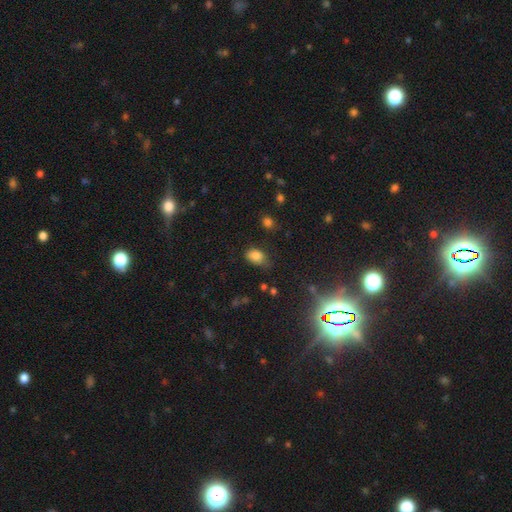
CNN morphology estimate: A smooth galaxy with no disk features (83%) that is in between round and cigar-shaped (81%).

Vote fractions:
- Smooth or featured? smooth: 83% / star or artifact: 12% / featured or disk: 6%
- How rounded? in between: 81% / round: 18% / cigar-shaped: 1%
- Merging? none: 56% / minor disturbance: 31% / major disturbance: 9% / merger: 3%